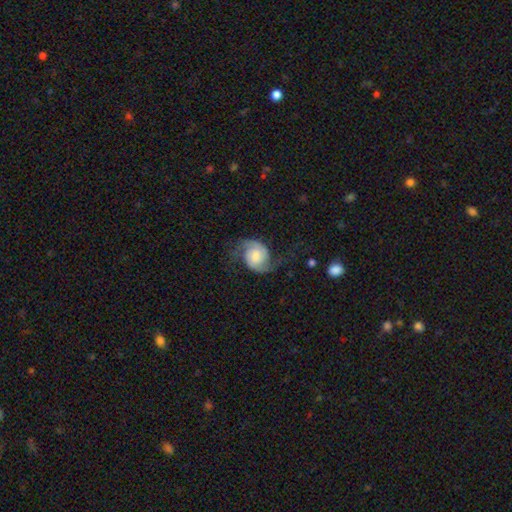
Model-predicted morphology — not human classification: featured or disk 83%, smooth 11%, star or artifact 6%. Down the decision tree: edge-on disk — no (98%); bar — no (62%); spiral arms — yes (97%); spiral arm count — 2 (93%); spiral winding — loose (43%); bulge size — moderate (43%); merging — none (68%).